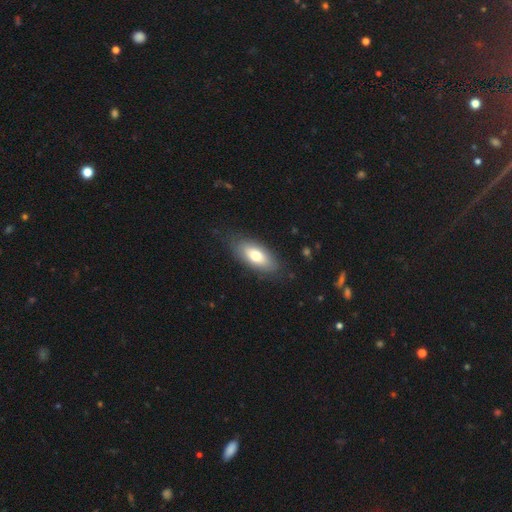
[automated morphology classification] smooth 70%, featured or disk 24%, star or artifact 6%. Down the decision tree: how rounded — in between (87%); merging — none (81%).